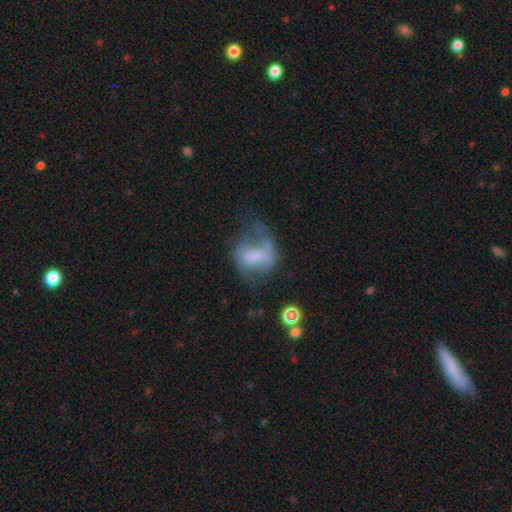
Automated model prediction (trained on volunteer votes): This is possibly a featured or disk galaxy (50%). It is clearly not viewed edge-on (96%). Merging: marginally major disturbance (43%).